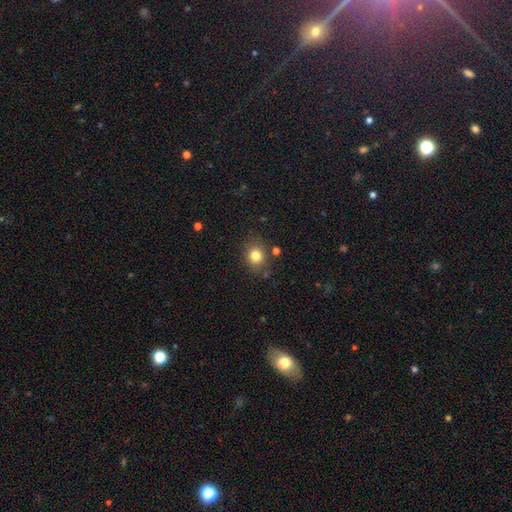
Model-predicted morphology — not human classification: This appears to be a smooth galaxy with no disk features (81%) that is round (67%). Merging: none (81%).